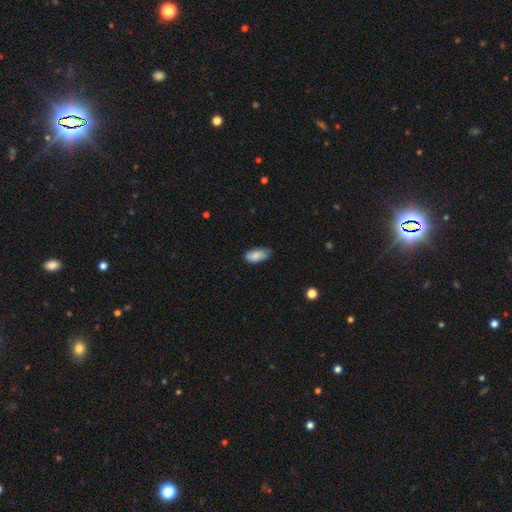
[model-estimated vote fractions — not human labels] This is clearly a smooth galaxy (84%). How rounded: clearly in between (91%). Merging: likely none (69%).